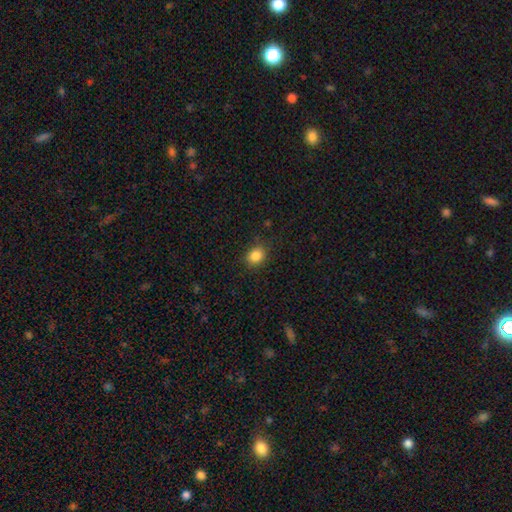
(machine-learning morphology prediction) A smooth galaxy with no disk features (85%) that is round (57%).

Vote fractions:
- Smooth or featured? smooth: 85% / star or artifact: 10% / featured or disk: 4%
- How rounded? round: 57% / in between: 42% / cigar-shaped: 1%
- Merging? none: 85% / minor disturbance: 11% / major disturbance: 3% / merger: 1%